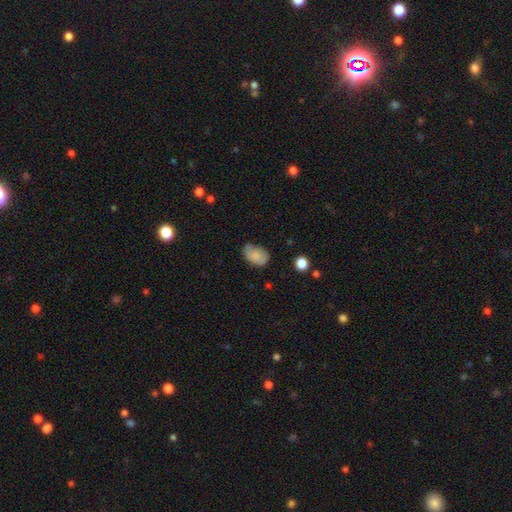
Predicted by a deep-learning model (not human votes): A smooth galaxy with no disk features (83%) that is in between round and cigar-shaped (86%). Merging: none (63%).